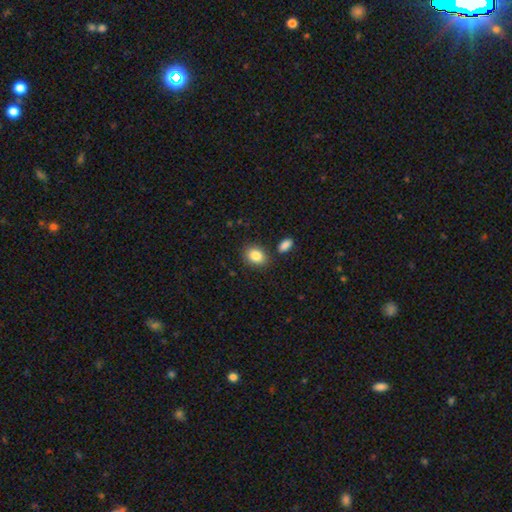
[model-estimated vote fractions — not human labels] Q: Smooth or featured?
A: smooth (86%); runner-up: star or artifact (8%)
Q: How rounded?
A: in between (67%); runner-up: round (31%)
Q: Merging?
A: none (81%); runner-up: minor disturbance (10%)